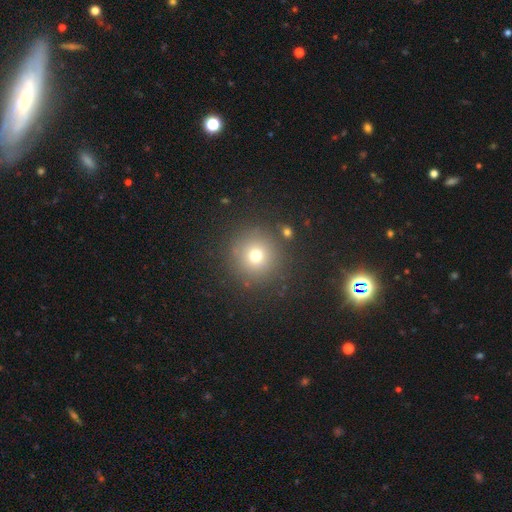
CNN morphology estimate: Q: Smooth or featured?
A: smooth (71%); runner-up: star or artifact (18%)
Q: How rounded?
A: round (95%); runner-up: in between (4%)
Q: Merging?
A: none (87%); runner-up: minor disturbance (7%)